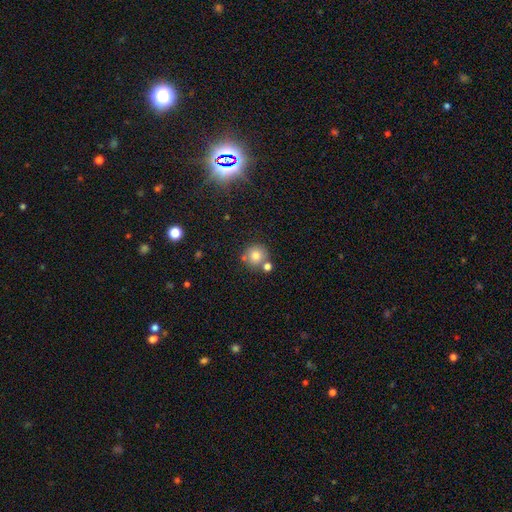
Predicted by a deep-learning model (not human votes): A smooth galaxy with no disk features (77%) that is round (92%). Merging: none (69%).